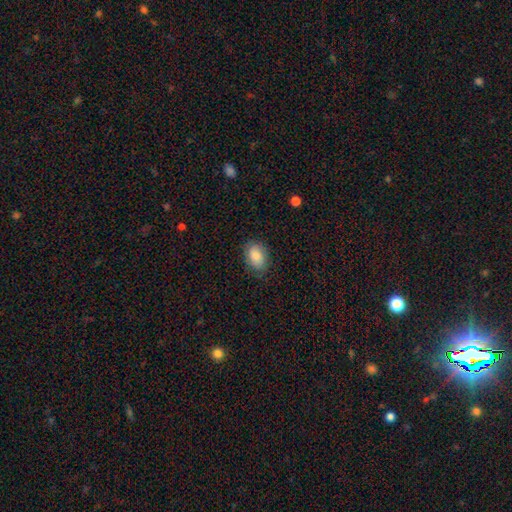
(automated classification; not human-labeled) Smooth or featured? smooth (83%)
How rounded? in between (81%)
Merging? none (80%)